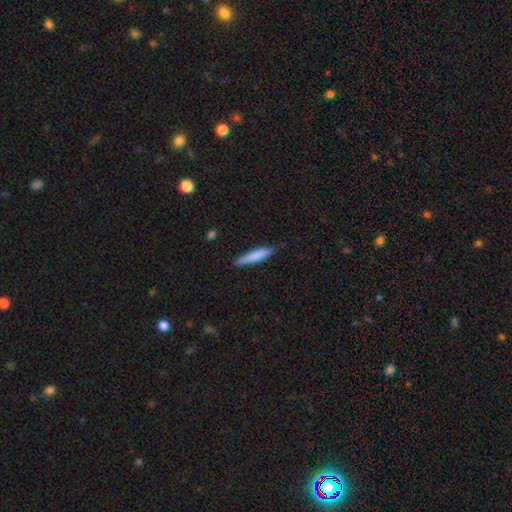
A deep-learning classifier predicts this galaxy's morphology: The model was most divided on "smooth or featured": smooth: 80%, featured or disk: 14%, star or artifact: 6%. More confident: how rounded — cigar-shaped (87%); merging — none (82%).